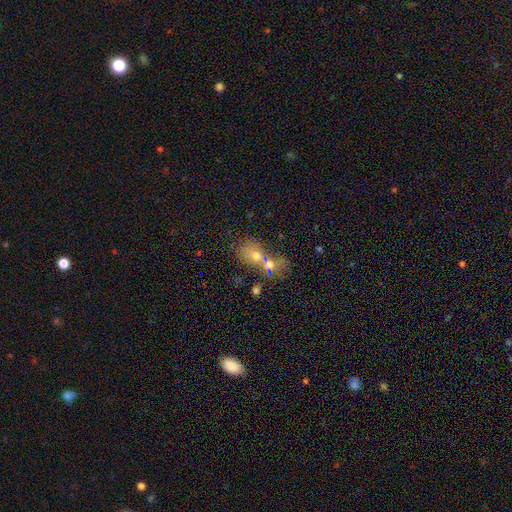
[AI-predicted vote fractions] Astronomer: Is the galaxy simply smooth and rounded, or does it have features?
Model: smooth — 61%.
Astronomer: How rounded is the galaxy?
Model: round — 50% (runner-up: in between, 48%).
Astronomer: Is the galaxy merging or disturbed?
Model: merger — 67%.